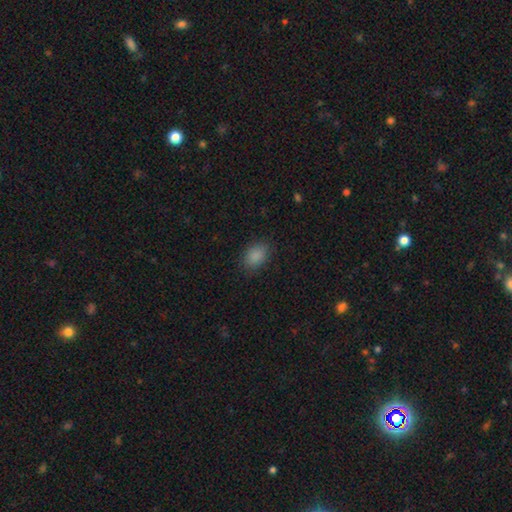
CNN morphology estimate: A smooth galaxy with no disk features (87%) that is in between round and cigar-shaped (80%).

Vote fractions:
- Smooth or featured? smooth: 87% / star or artifact: 9% / featured or disk: 4%
- How rounded? in between: 80% / round: 19% / cigar-shaped: 1%
- Merging? none: 84% / minor disturbance: 12% / major disturbance: 3% / merger: 1%